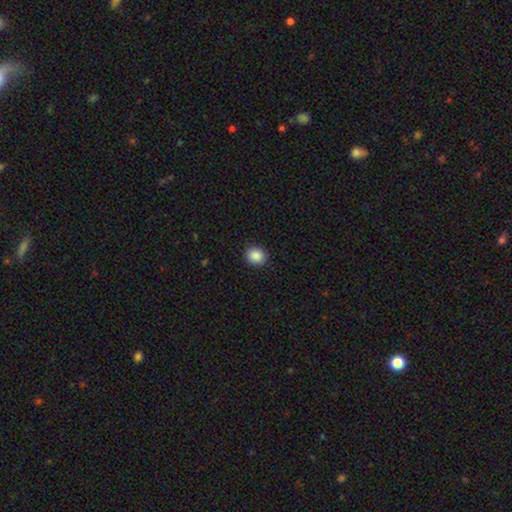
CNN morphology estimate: smooth 88%, star or artifact 9%, featured or disk 3%. Down the decision tree: how rounded — round (76%); merging — none (90%).